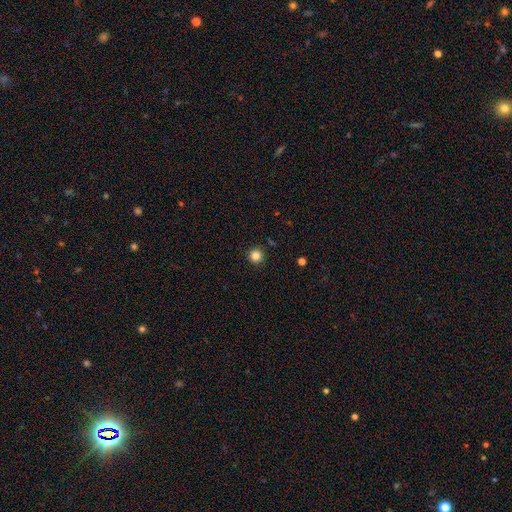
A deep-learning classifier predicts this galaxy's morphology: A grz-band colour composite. It shows a smooth galaxy with no disk features (84%) that is round (95%). Merging: none (91%).